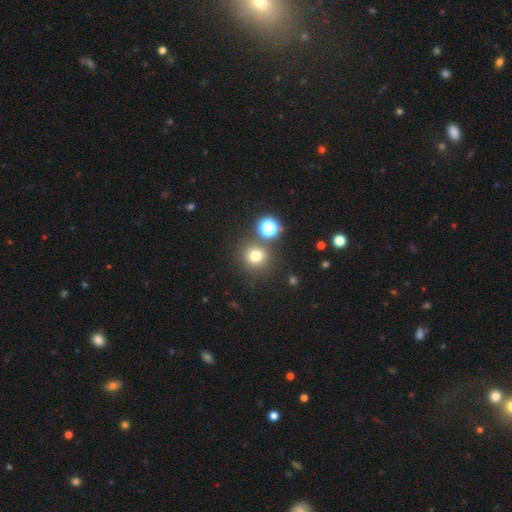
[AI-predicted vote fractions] smooth 73%, star or artifact 20%, featured or disk 8%. Down the decision tree: how rounded — round (91%); merging — none (78%).